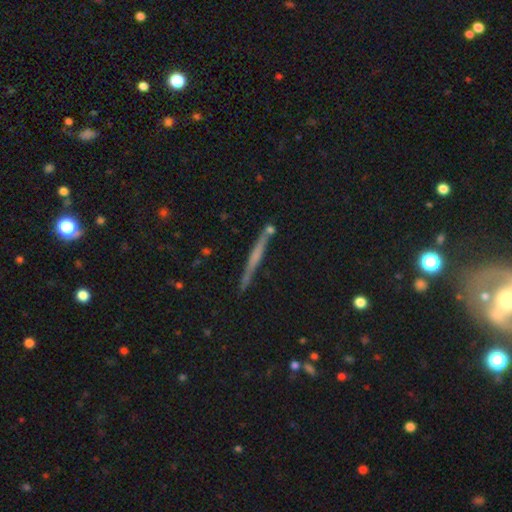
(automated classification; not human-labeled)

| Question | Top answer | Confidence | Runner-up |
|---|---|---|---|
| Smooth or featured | featured or disk | 56% | smooth (36%) |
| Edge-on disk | yes | 97% | no (3%) |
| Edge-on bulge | none | 71% | rounded (18%) |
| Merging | none | 85% | minor disturbance (9%) |